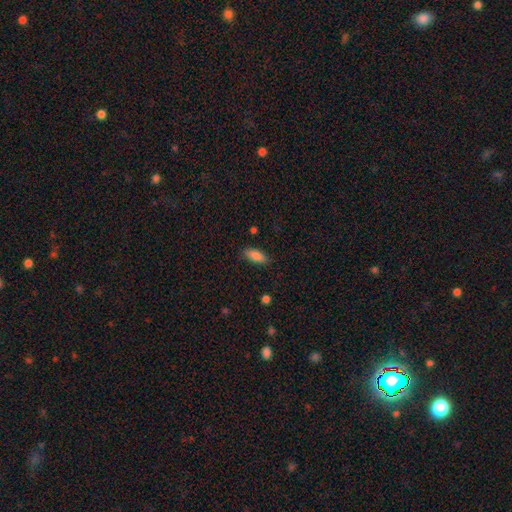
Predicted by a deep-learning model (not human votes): Smooth or featured: smooth — 85% (featured or disk — 8%)
How rounded: in between — 79% (cigar-shaped — 18%)
Merging: none — 85% (minor disturbance — 11%)